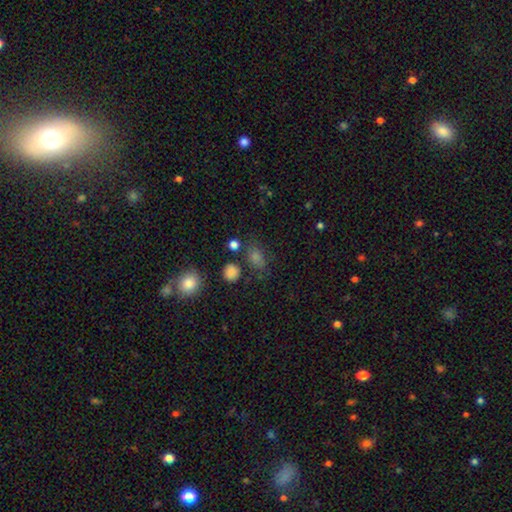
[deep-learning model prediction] A smooth galaxy with no disk features (64%) that is in between round and cigar-shaped (65%). Merging: none (66%).